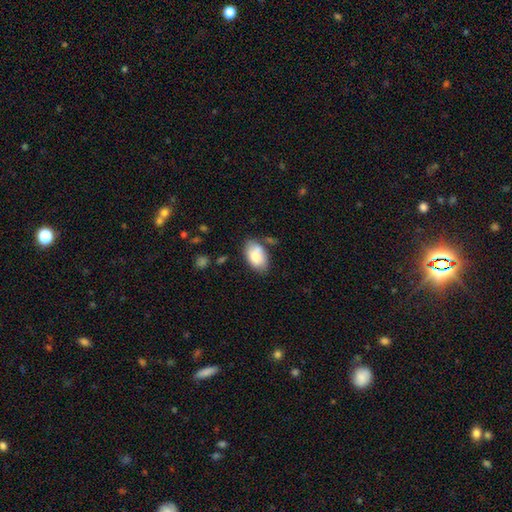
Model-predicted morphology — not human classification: A smooth galaxy with no disk features (77%) that is in between round and cigar-shaped (91%). Merging: none (63%).